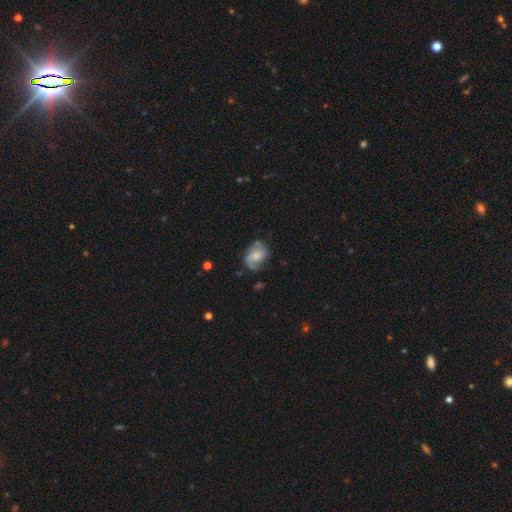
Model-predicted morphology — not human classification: Smooth or featured: featured or disk — 52% (smooth — 40%)
Edge-on disk: no — 97% (yes — 3%)
Bar: no — 71% (weak — 26%)
Spiral arms: yes — 84% (no — 16%)
Bulge size: moderate — 48% (small — 33%)
Merging: none — 55% (minor disturbance — 28%)